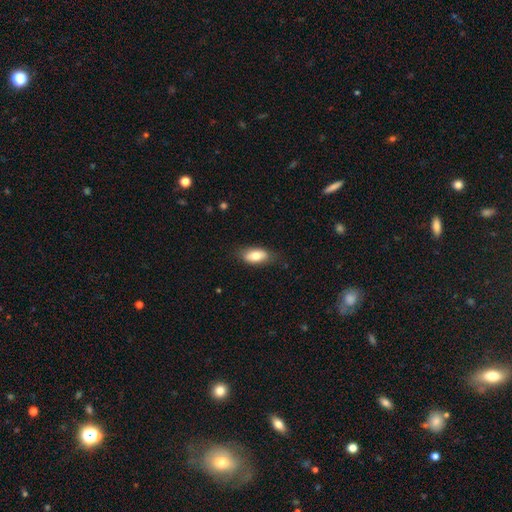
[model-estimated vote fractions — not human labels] Overall: smooth (78%). How rounded: in between (89%). Merging: none (77%).